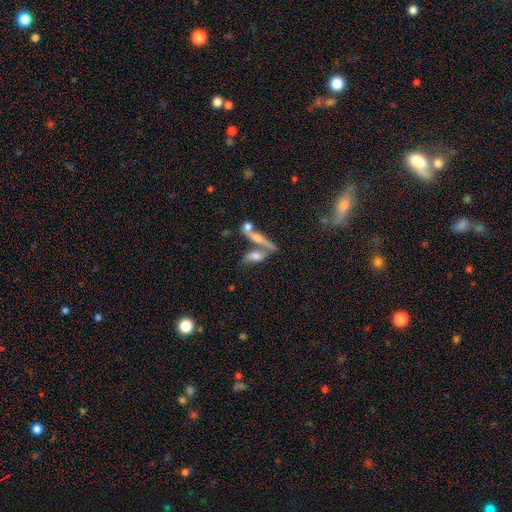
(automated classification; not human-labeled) Smooth or featured? Predicted: featured or disk (p=0.41). Merging? Predicted: none (p=0.46).